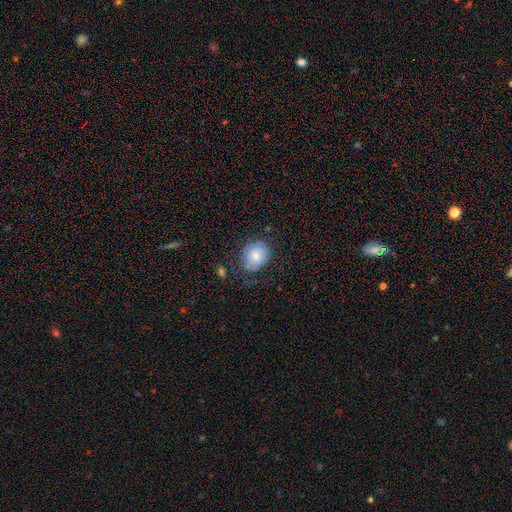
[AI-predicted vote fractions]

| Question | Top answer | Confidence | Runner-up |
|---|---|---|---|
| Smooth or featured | smooth | 72% | featured or disk (20%) |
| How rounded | round | 63% | in between (36%) |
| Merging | none | 62% | minor disturbance (25%) |